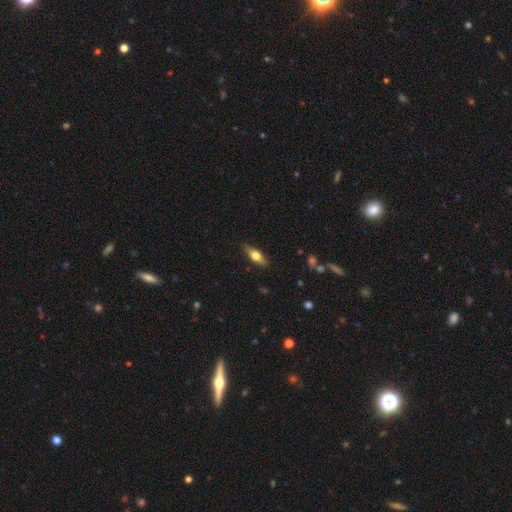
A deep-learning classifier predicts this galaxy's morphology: This is likely a smooth galaxy (61%). How rounded: likely in between (61%). Merging: clearly none (85%).